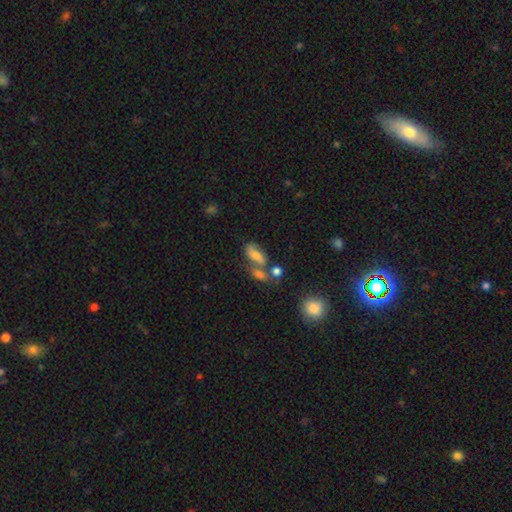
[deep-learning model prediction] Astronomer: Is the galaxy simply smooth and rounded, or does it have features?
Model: smooth — 51% (runner-up: featured or disk, 37%).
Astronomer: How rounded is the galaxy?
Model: in between — 79%.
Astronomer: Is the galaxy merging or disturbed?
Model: none — 38% (runner-up: merger, 36%).